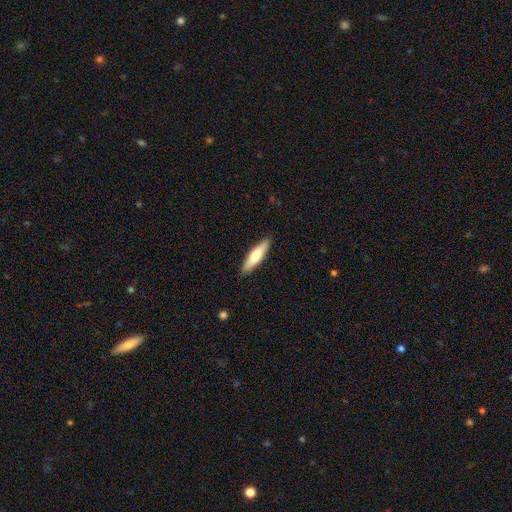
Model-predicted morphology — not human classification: smooth_or_featured: smooth (p=0.70) [alt: featured or disk p=0.25]
how_rounded: cigar-shaped (p=0.69) [alt: in between p=0.29]
merging: none (p=0.89) [alt: minor disturbance p=0.09]